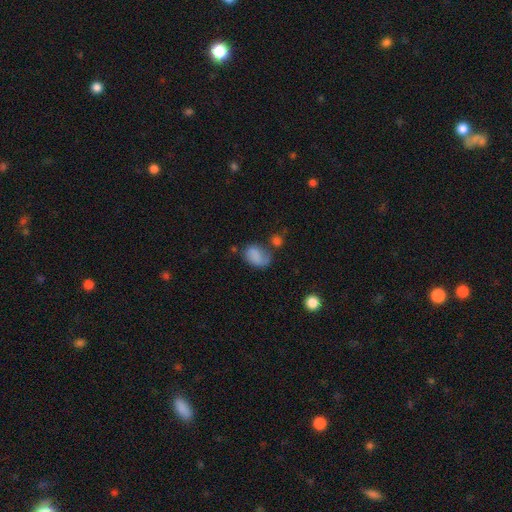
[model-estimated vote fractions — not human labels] A smooth galaxy with no disk features (73%) that is in between round and cigar-shaped (78%). Merging: none (42%).